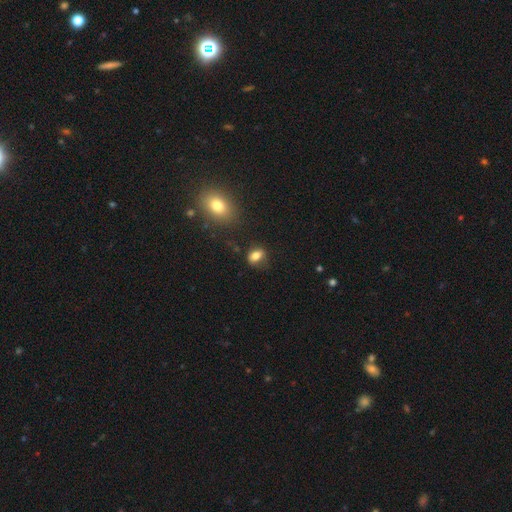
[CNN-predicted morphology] Smooth or featured? Predicted: smooth (p=0.78). How rounded? Predicted: in between (p=0.73). Merging? Predicted: none (p=0.68).